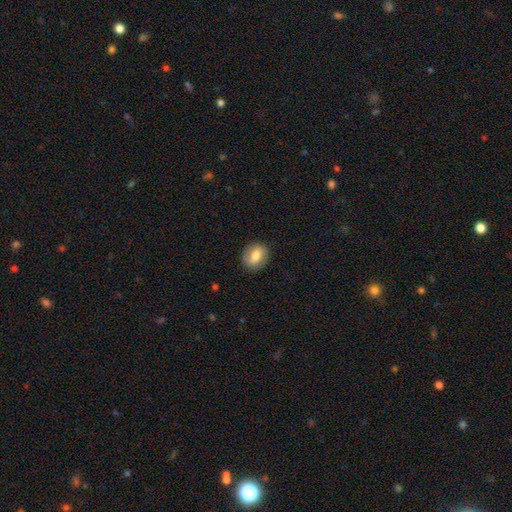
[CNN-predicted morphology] smooth_or_featured: smooth (p=0.67) [alt: featured or disk p=0.25]
how_rounded: round (p=0.57) [alt: in between p=0.41]
merging: none (p=0.86) [alt: minor disturbance p=0.10]